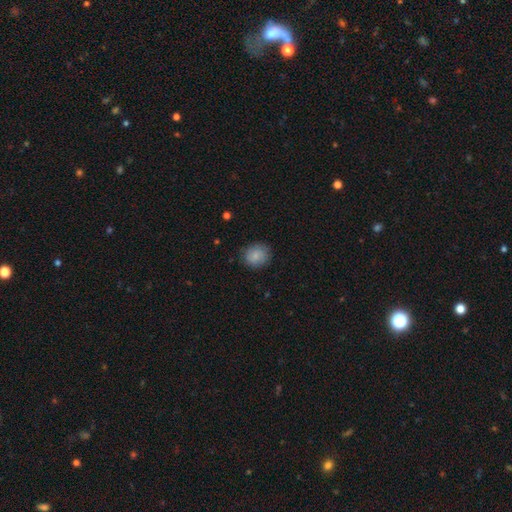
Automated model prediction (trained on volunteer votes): Smooth or featured: smooth — 81% (featured or disk — 11%)
How rounded: round — 80% (in between — 19%)
Merging: none — 83% (minor disturbance — 13%)